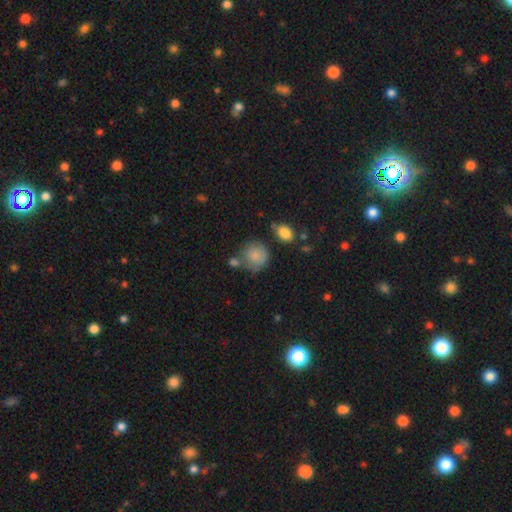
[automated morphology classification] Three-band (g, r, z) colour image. It shows a smooth galaxy with no disk features (80%) that is round (85%). Merging: none (55%).